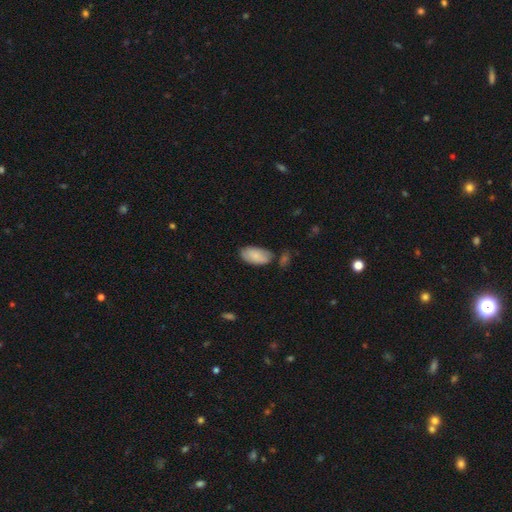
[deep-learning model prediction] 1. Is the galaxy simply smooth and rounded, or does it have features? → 83% smooth, 11% featured or disk, 6% star or artifact.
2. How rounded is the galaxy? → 95% in between, 3% cigar-shaped, 2% round.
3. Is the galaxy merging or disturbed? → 66% none, 21% minor disturbance, 8% merger, 5% major disturbance.